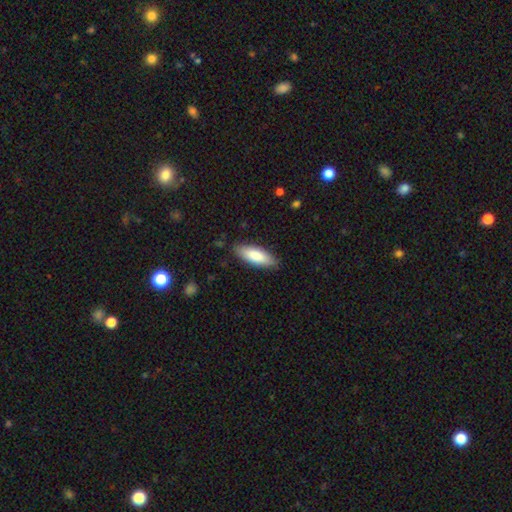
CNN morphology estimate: This is clearly a smooth galaxy (83%). How rounded: likely in between (64%). Merging: clearly none (86%).